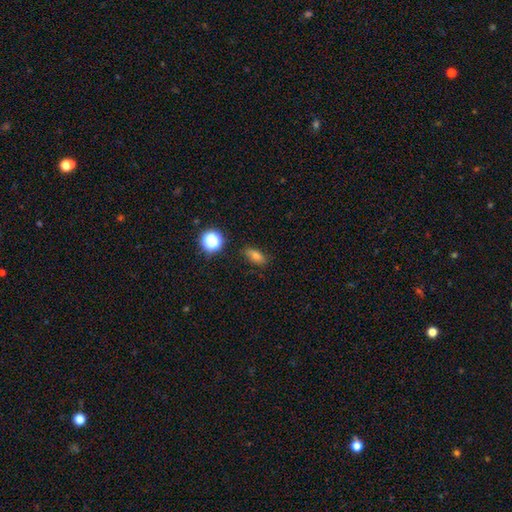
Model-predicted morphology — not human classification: Smooth or featured: smooth — 73% (star or artifact — 16%)
How rounded: in between — 76% (round — 14%)
Merging: none — 82% (minor disturbance — 14%)